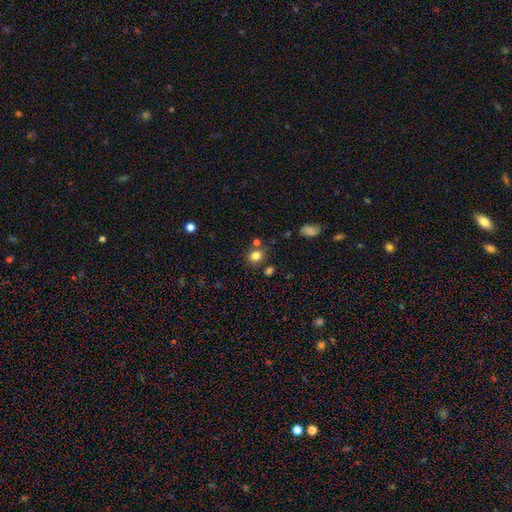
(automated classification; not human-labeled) smooth_or_featured: smooth (p=0.81) [alt: star or artifact p=0.13]
how_rounded: round (p=0.76) [alt: in between p=0.23]
merging: none (p=0.71) [alt: merger p=0.13]